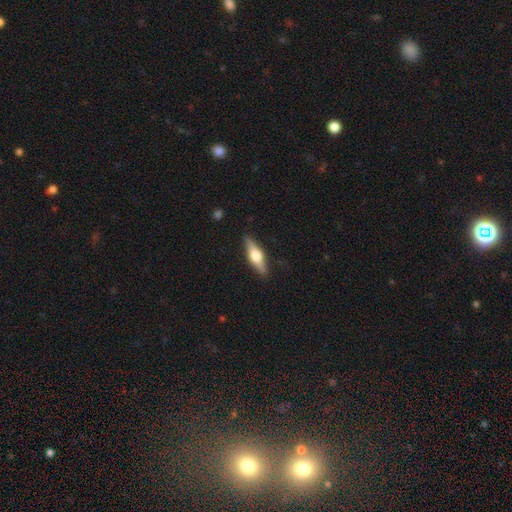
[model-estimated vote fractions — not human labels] A featured or disk galaxy (60%) viewed edge-on (95%) with a rounded central bulge (92%). Merging: none (87%).